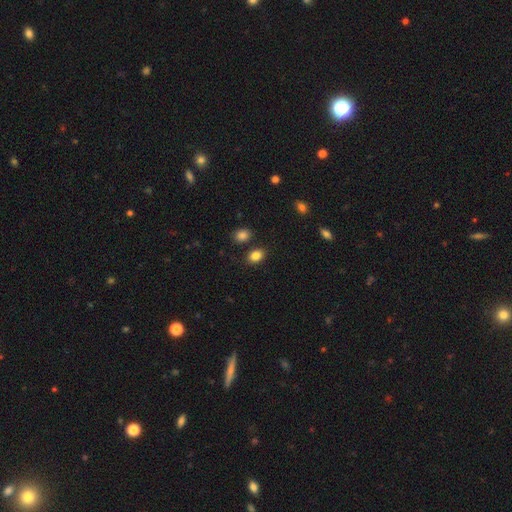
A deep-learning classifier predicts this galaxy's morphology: The model was most divided on "how rounded": in between: 69%, round: 30%, cigar-shaped: 1%. More confident: smooth or featured — smooth (85%); merging — none (80%).